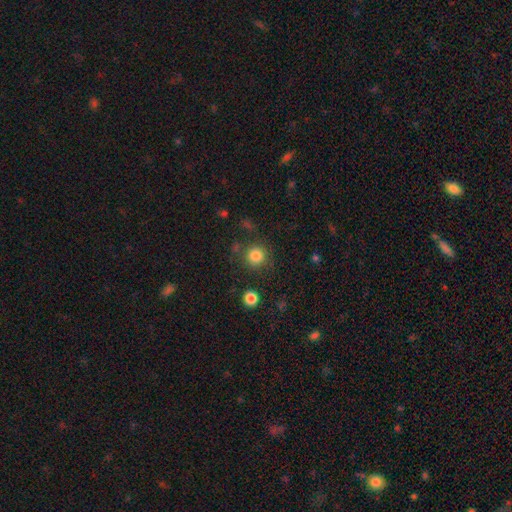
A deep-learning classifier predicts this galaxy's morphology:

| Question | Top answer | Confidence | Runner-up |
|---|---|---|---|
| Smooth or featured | smooth | 84% | star or artifact (11%) |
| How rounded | round | 93% | in between (6%) |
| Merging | none | 83% | minor disturbance (9%) |